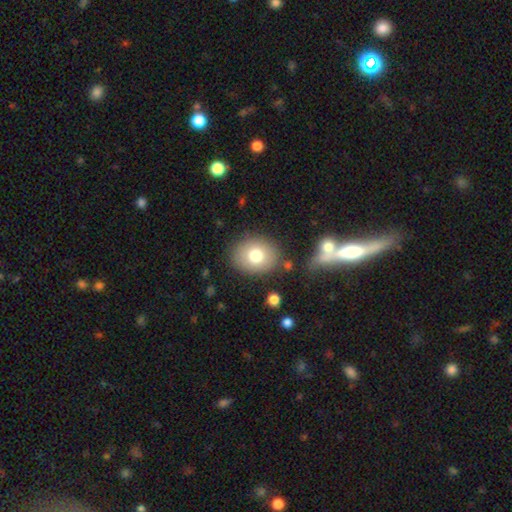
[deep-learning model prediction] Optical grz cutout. It shows a smooth galaxy with no disk features (76%) that is round (63%). Merging: none (83%).